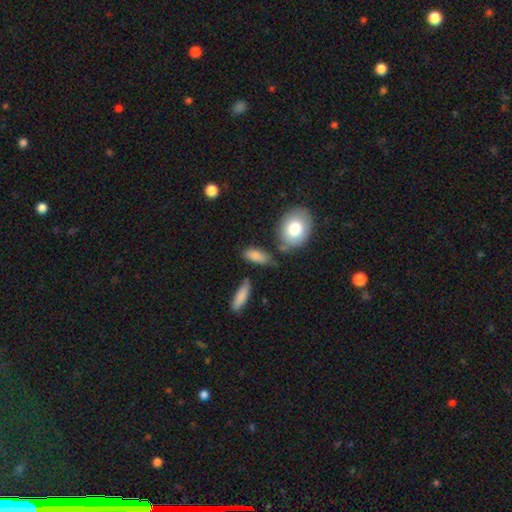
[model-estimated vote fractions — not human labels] Smooth or featured?
  - smooth: 83% *
  - featured or disk: 10%
  - star or artifact: 8%
How rounded?
  - in between: 82% *
  - cigar-shaped: 12%
  - round: 5%
Merging?
  - none: 62% *
  - minor disturbance: 22%
  - merger: 9%
  - major disturbance: 7%